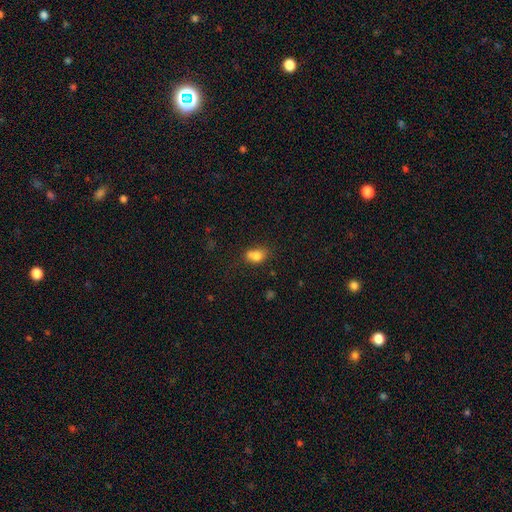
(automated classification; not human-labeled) Smooth or featured?
  - smooth: 81% *
  - star or artifact: 10%
  - featured or disk: 9%
How rounded?
  - in between: 76% *
  - round: 21%
  - cigar-shaped: 3%
Merging?
  - none: 53% *
  - minor disturbance: 25%
  - merger: 14%
  - major disturbance: 8%